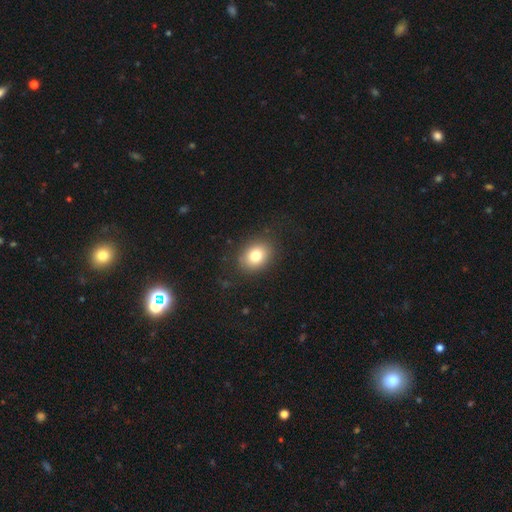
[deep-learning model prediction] This appears to be a smooth galaxy with no disk features (79%) that is in between round and cigar-shaped (57%). Merging: none (85%).